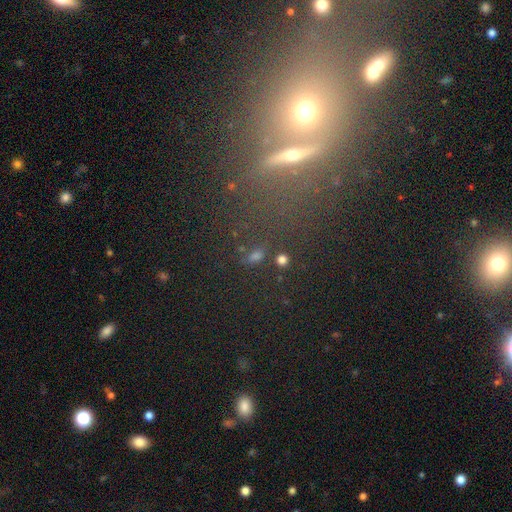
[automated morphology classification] A smooth galaxy with no disk features (54%) that is in between round and cigar-shaped (65%). Merging: none (71%).